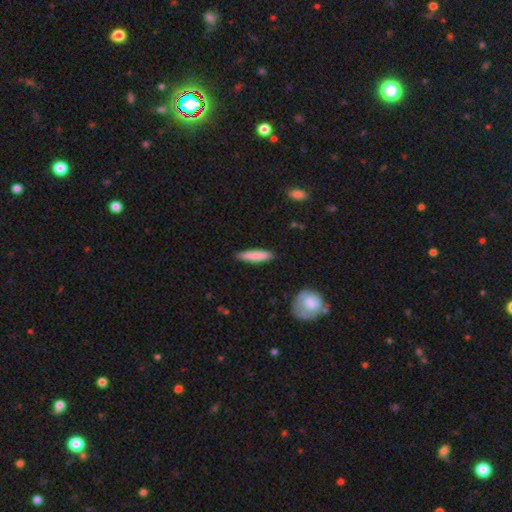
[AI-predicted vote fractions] Smooth or featured: smooth — 82% (featured or disk — 12%)
How rounded: cigar-shaped — 84% (in between — 14%)
Merging: none — 88% (minor disturbance — 9%)